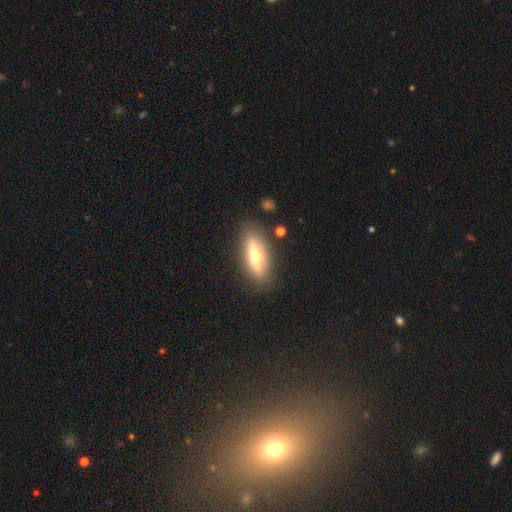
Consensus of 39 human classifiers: A featured or disk galaxy (59%) viewed edge-on (87%) with a rounded central bulge (100%). Merging: none (78%).